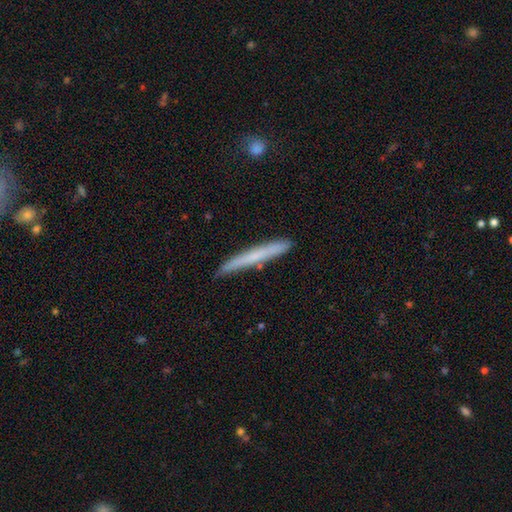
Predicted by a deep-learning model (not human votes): smooth 60%, featured or disk 34%, star or artifact 6%. Down the decision tree: how rounded — cigar-shaped (97%); merging — none (87%).